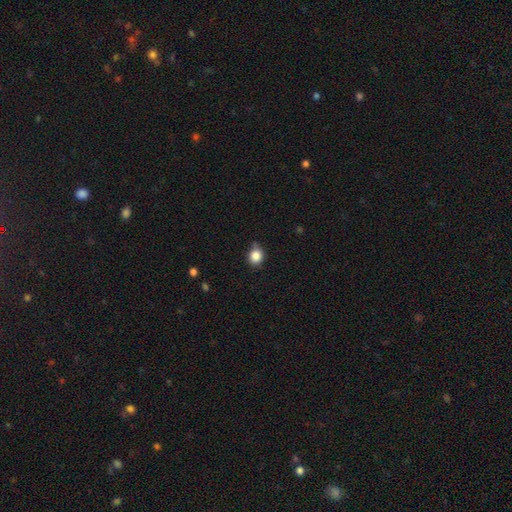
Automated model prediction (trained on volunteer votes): The model was most divided on "merging": none: 70%, minor disturbance: 22%, major disturbance: 4%, merger: 4%. More confident: smooth or featured — smooth (85%); how rounded — round (79%).